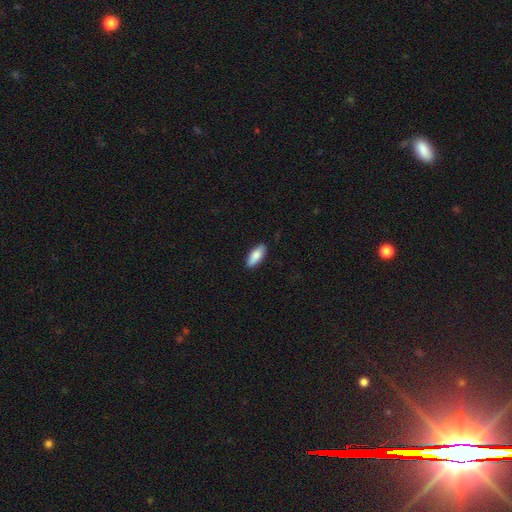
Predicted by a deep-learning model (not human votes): The model was most divided on "how rounded": in between: 82%, cigar-shaped: 16%, round: 2%. More confident: merging — none (88%); smooth or featured — smooth (85%).